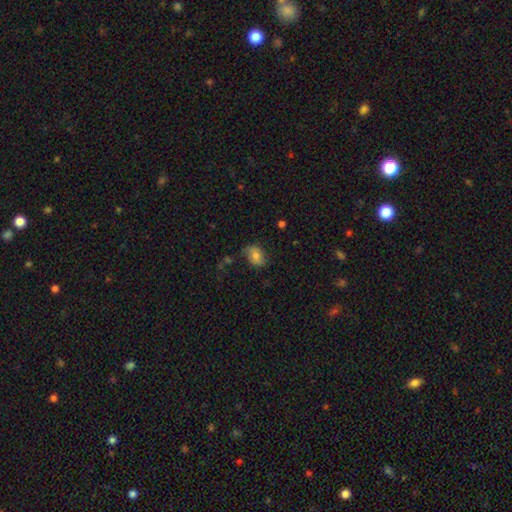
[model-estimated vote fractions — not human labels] This appears to be a smooth galaxy with no disk features (73%) that is in between round and cigar-shaped (76%). Merging: none (72%).